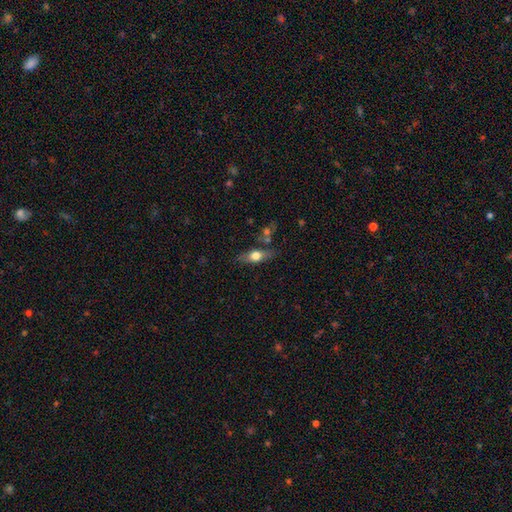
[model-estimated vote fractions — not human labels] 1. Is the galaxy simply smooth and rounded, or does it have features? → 57% smooth, 36% featured or disk, 7% star or artifact.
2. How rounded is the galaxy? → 59% in between, 34% cigar-shaped, 7% round.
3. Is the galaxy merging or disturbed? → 71% none, 16% minor disturbance, 8% merger, 5% major disturbance.